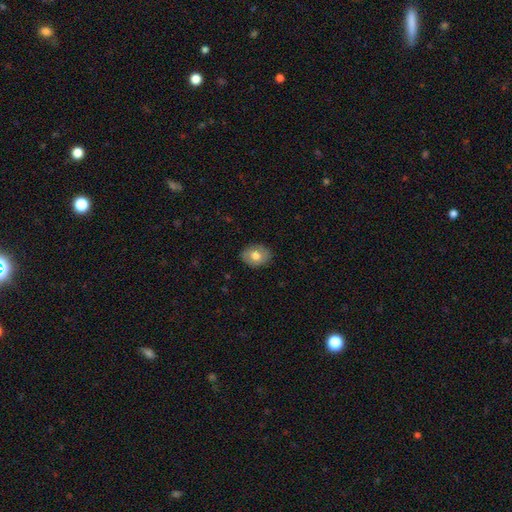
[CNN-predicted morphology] Q: Smooth or featured?
A: smooth (73%); runner-up: featured or disk (19%)
Q: How rounded?
A: in between (63%); runner-up: round (36%)
Q: Merging?
A: none (87%); runner-up: minor disturbance (10%)